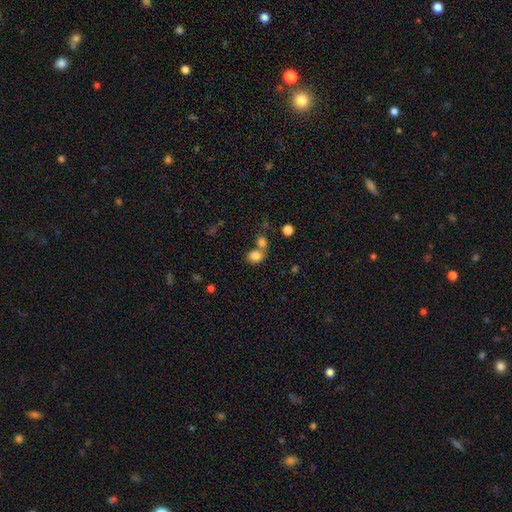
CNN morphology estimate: smooth-or-featured: smooth: 82% | star or artifact: 11% | featured or disk: 7%
  how-rounded: round: 60% | in between: 39% | cigar-shaped: 1%
  merging: none: 49% | merger: 38% | minor disturbance: 9% | major disturbance: 4%